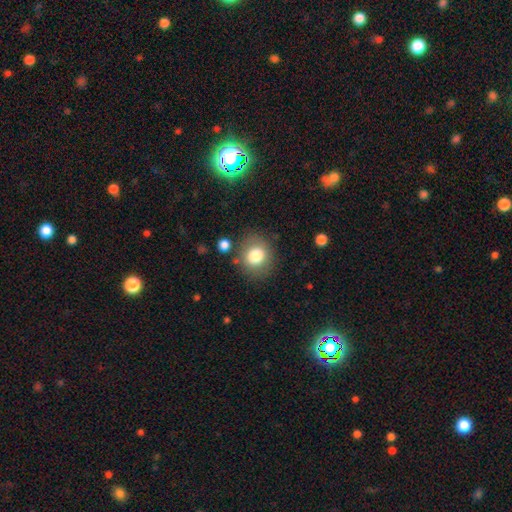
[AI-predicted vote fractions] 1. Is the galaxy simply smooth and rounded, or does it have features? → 79% smooth, 11% featured or disk, 10% star or artifact.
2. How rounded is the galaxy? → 76% round, 23% in between, 1% cigar-shaped.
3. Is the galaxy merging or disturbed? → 81% none, 11% minor disturbance, 4% major disturbance, 3% merger.